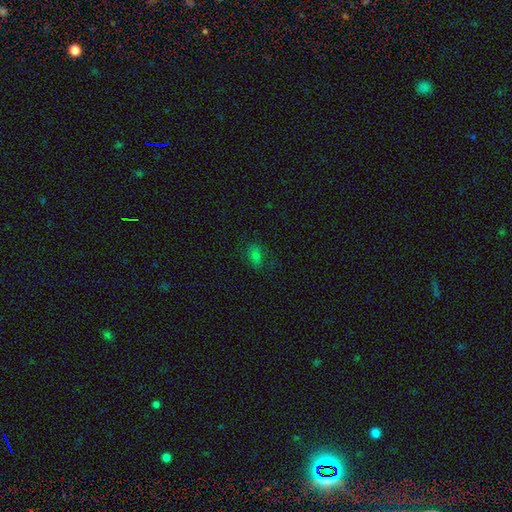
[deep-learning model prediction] smooth_or_featured: smooth (p=0.66) [alt: star or artifact p=0.22]
how_rounded: in between (p=0.76) [alt: round p=0.21]
merging: none (p=0.77) [alt: minor disturbance p=0.16]